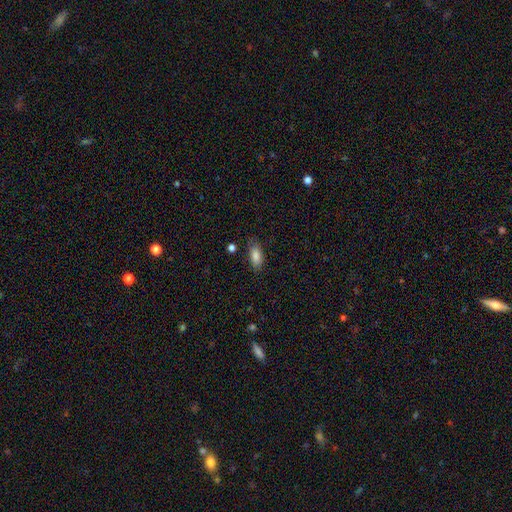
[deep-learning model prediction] A smooth galaxy with no disk features (85%) that is in between round and cigar-shaped (86%).

Vote fractions:
- Smooth or featured? smooth: 85% / star or artifact: 8% / featured or disk: 7%
- How rounded? in between: 86% / cigar-shaped: 11% / round: 3%
- Merging? none: 77% / minor disturbance: 16% / major disturbance: 4% / merger: 2%